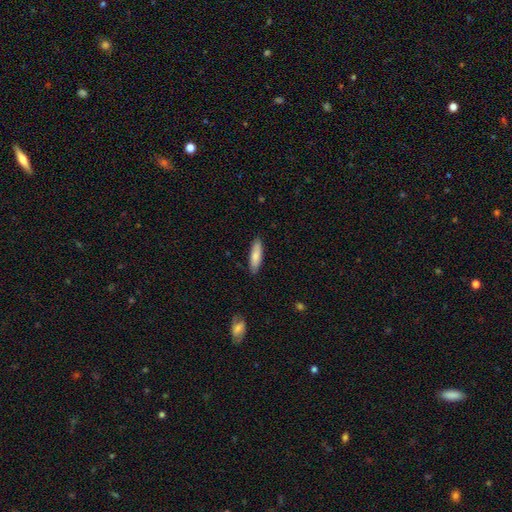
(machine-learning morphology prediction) This appears to be a smooth galaxy with no disk features (81%) that is cigar-shaped (66%). Merging: none (88%).